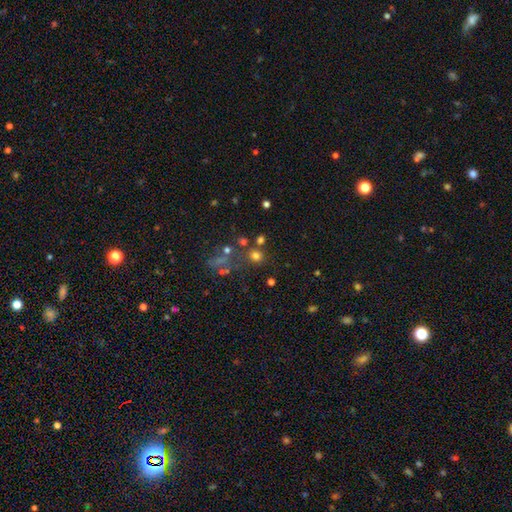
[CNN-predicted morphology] This is likely a smooth galaxy (68%). How rounded: clearly round (84%). Merging: likely none (69%).